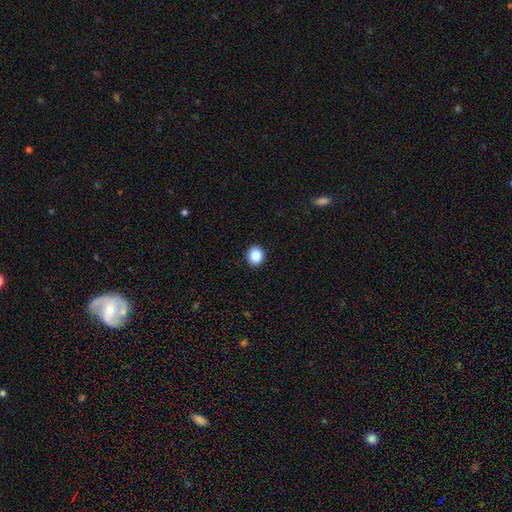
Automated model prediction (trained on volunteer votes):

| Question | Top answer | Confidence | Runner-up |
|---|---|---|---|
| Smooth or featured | smooth | 87% | star or artifact (9%) |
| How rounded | round | 81% | in between (18%) |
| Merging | none | 92% | minor disturbance (5%) |